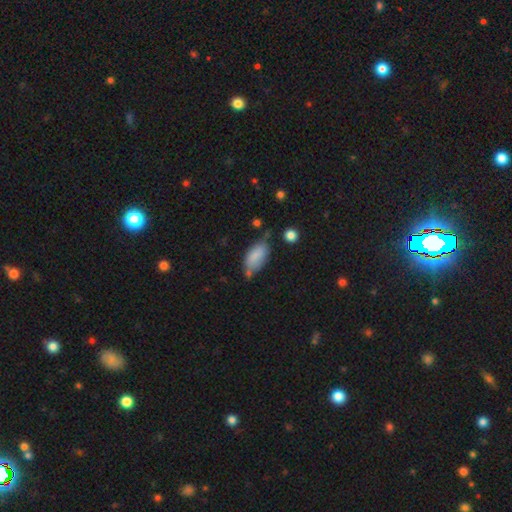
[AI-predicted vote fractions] Overall: smooth (83%). How rounded: in between (91%). Merging: none (53%; minor disturbance 30%).